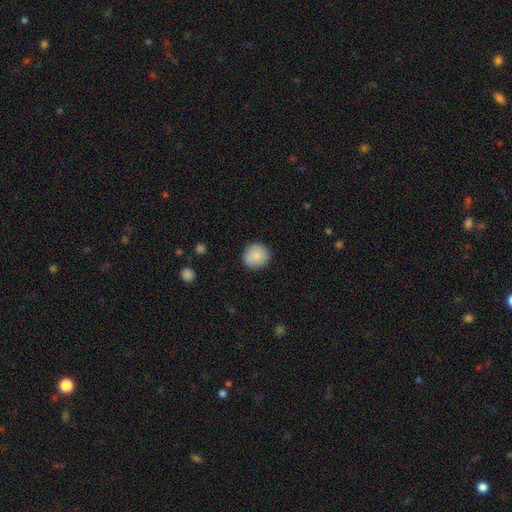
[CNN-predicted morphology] Overall: smooth (86%). How rounded: round (93%). Merging: none (90%).